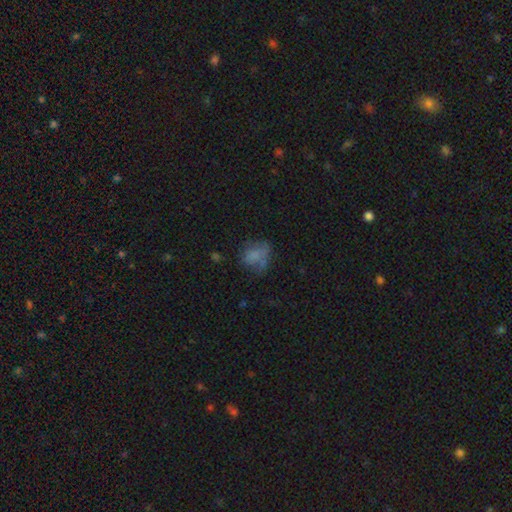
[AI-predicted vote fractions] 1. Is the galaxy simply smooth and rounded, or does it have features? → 65% smooth, 21% featured or disk, 14% star or artifact.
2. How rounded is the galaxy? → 62% in between, 37% round, 2% cigar-shaped.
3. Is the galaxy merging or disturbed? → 38% none, 28% major disturbance, 27% minor disturbance, 6% merger.